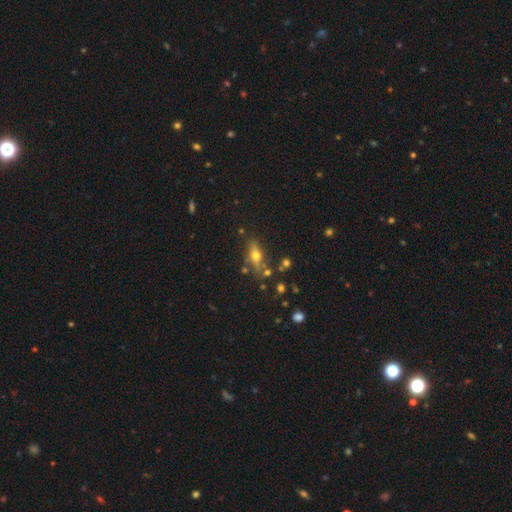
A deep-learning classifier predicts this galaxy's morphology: A smooth galaxy with no disk features (46%).

Vote fractions:
- Smooth or featured? smooth: 46% / featured or disk: 42% / star or artifact: 12%
- Merging? none: 71% / minor disturbance: 15% / merger: 8% / major disturbance: 6%